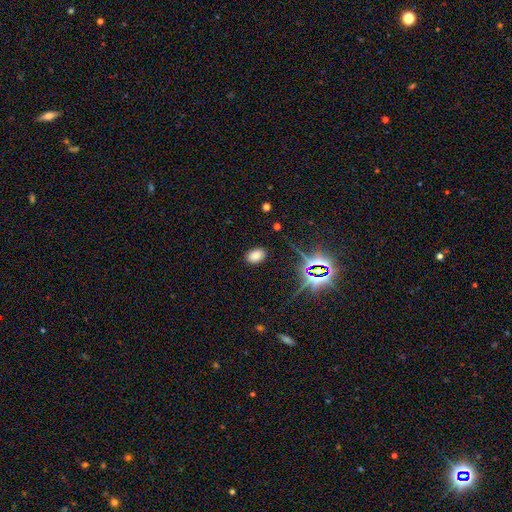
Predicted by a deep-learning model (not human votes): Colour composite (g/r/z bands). It shows a smooth galaxy with no disk features (71%) that is in between round and cigar-shaped (86%). Merging: none (87%).